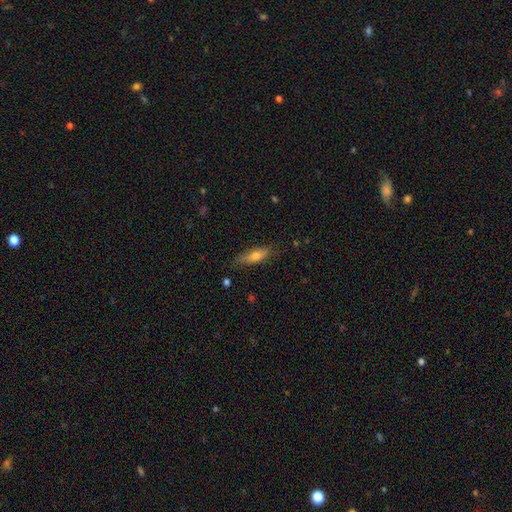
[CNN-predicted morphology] This is likely a smooth galaxy (65%). How rounded: possibly cigar-shaped (57%). Merging: likely none (75%).